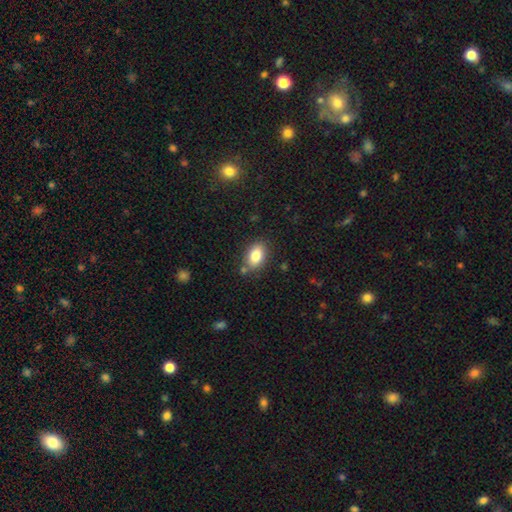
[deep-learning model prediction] The model was most divided on "merging": none: 78%, minor disturbance: 14%, merger: 6%, major disturbance: 3%. More confident: how rounded — in between (87%); smooth or featured — smooth (82%).